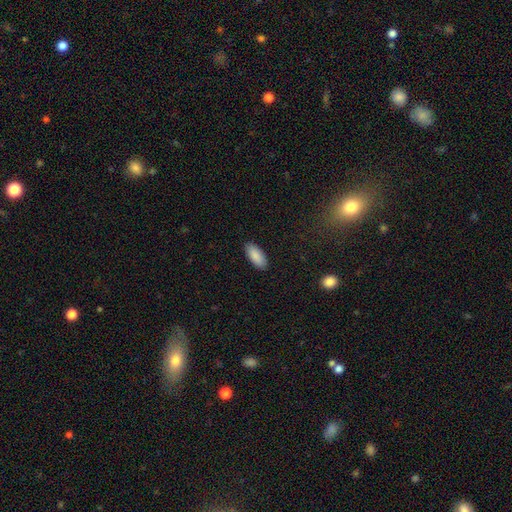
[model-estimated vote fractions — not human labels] Smooth or featured? smooth (90%)
How rounded? in between (90%)
Merging? none (89%)